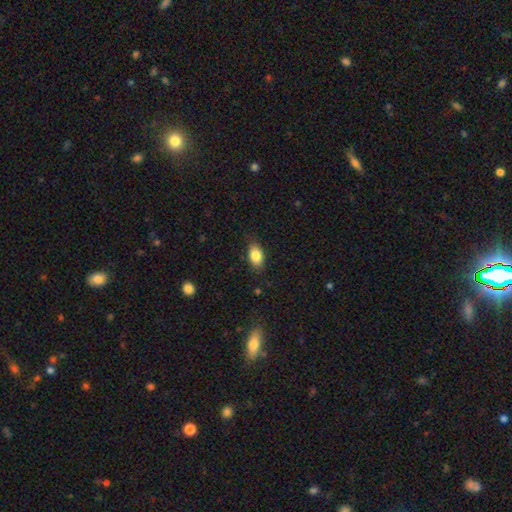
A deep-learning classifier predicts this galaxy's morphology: smooth_or_featured: smooth (p=0.84) [alt: featured or disk p=0.08]
how_rounded: in between (p=0.89) [alt: round p=0.08]
merging: none (p=0.83) [alt: minor disturbance p=0.13]